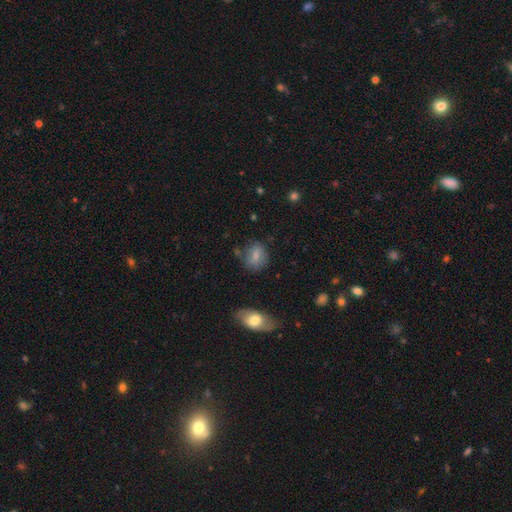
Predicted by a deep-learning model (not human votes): smooth-or-featured: smooth: 74% | featured or disk: 17% | star or artifact: 9%
  how-rounded: in between: 51% | round: 46% | cigar-shaped: 2%
  merging: none: 69% | minor disturbance: 21% | major disturbance: 7% | merger: 4%